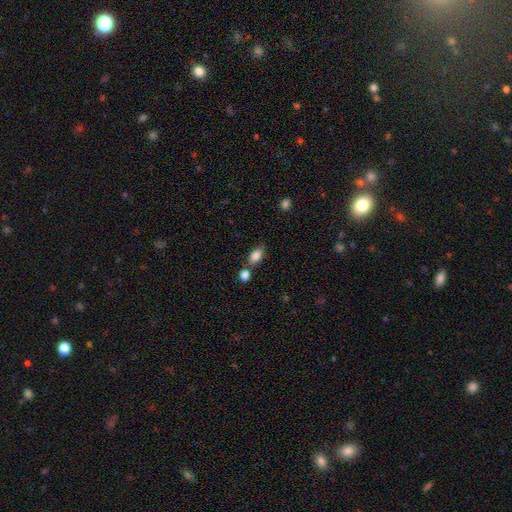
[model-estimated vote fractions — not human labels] smooth_or_featured: smooth (p=0.86) [alt: star or artifact p=0.08]
how_rounded: in between (p=0.89) [alt: round p=0.07]
merging: none (p=0.60) [alt: merger p=0.25]